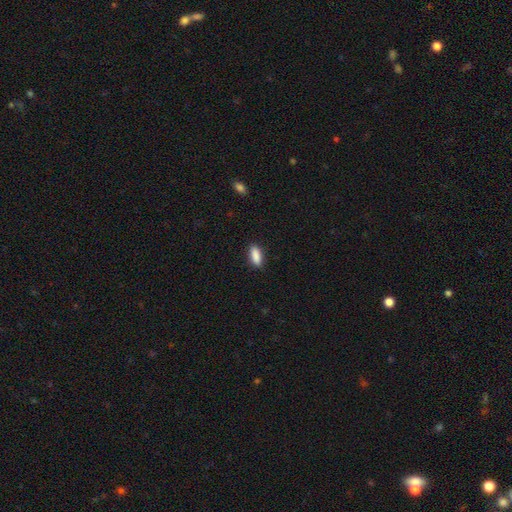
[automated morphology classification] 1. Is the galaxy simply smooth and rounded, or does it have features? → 89% smooth, 7% star or artifact, 4% featured or disk.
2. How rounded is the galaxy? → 74% in between, 24% cigar-shaped, 2% round.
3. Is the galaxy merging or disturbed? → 88% none, 9% minor disturbance, 2% major disturbance, 1% merger.